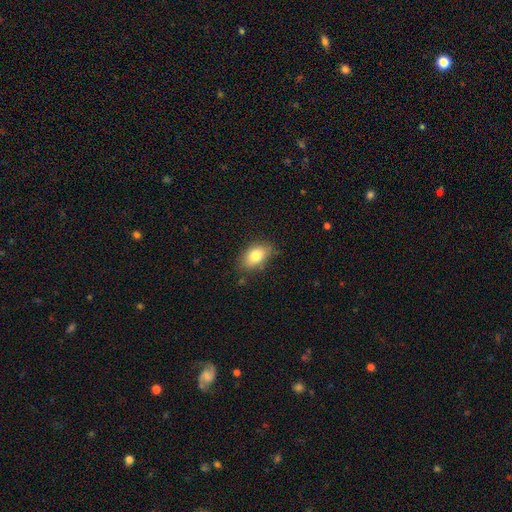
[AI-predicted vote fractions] smooth 82%, featured or disk 11%, star or artifact 8%. Down the decision tree: how rounded — in between (89%); merging — none (79%).